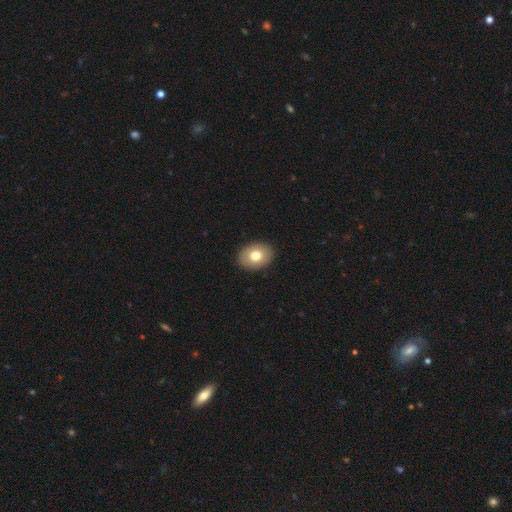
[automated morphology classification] A smooth galaxy with no disk features (75%) that is in between round and cigar-shaped (69%).

Vote fractions:
- Smooth or featured? smooth: 75% / featured or disk: 17% / star or artifact: 8%
- How rounded? in between: 69% / round: 30% / cigar-shaped: 1%
- Merging? none: 91% / minor disturbance: 7% / major disturbance: 2% / merger: 1%